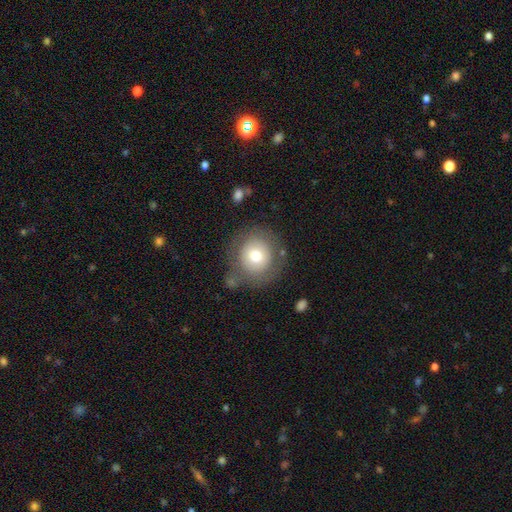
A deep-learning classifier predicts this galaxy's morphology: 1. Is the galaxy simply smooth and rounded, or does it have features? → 67% smooth, 24% featured or disk, 9% star or artifact.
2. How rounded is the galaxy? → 91% round, 8% in between, 1% cigar-shaped.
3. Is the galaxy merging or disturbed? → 69% none, 16% minor disturbance, 9% major disturbance, 5% merger.